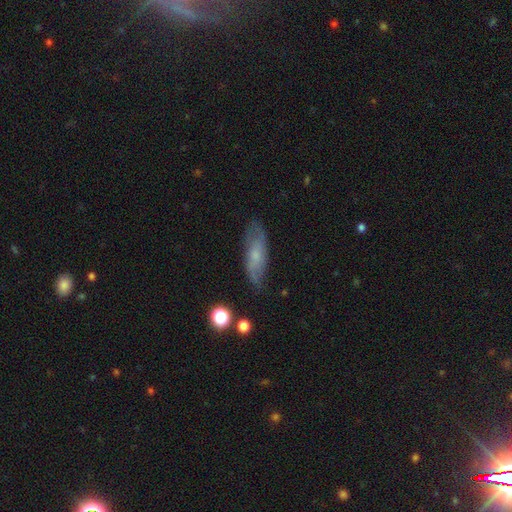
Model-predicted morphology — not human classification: smooth-or-featured: smooth: 51% | featured or disk: 41% | star or artifact: 8%
  how-rounded: in between: 60% | cigar-shaped: 37% | round: 3%
  merging: none: 73% | minor disturbance: 20% | major disturbance: 5% | merger: 2%